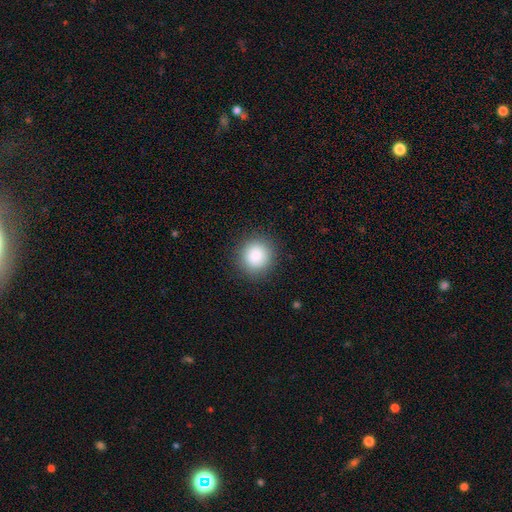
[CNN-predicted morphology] Overall: smooth (87%). How rounded: round (91%). Merging: none (90%).